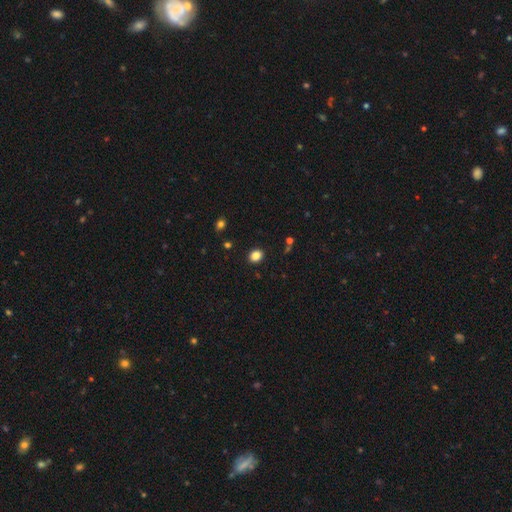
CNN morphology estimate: Smooth or featured: smooth — 85% (star or artifact — 11%)
How rounded: round — 57% (in between — 42%)
Merging: none — 90% (minor disturbance — 7%)